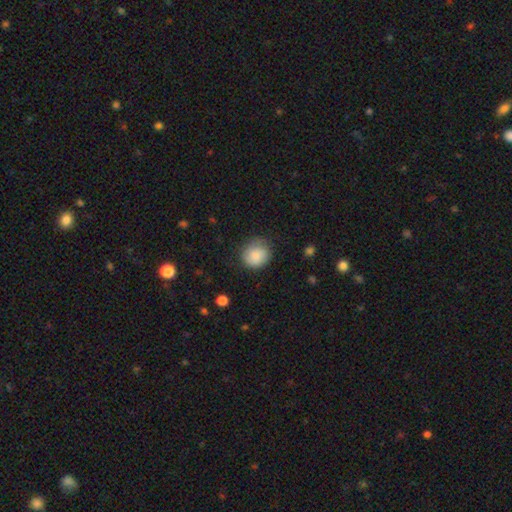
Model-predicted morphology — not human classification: Overall: smooth (86%). How rounded: round (87%). Merging: none (74%).